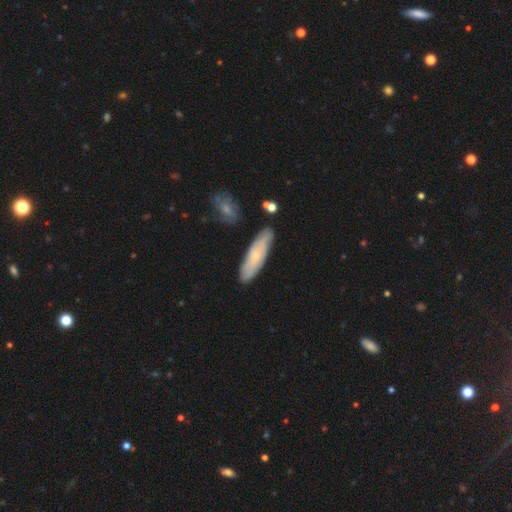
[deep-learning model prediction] Smooth or featured? smooth (55%)
How rounded? cigar-shaped (58%)
Merging? none (80%)